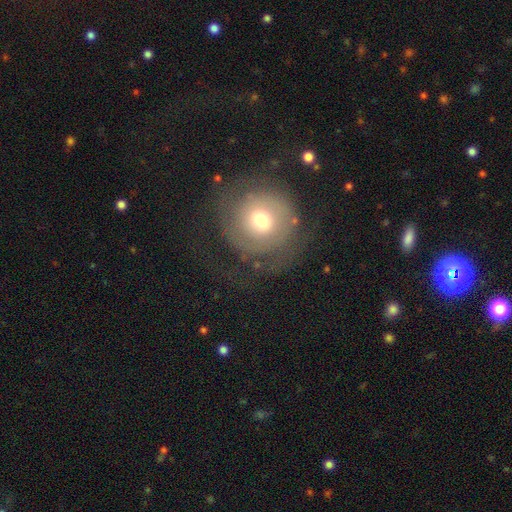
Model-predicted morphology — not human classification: Smooth or featured? Predicted: featured or disk (p=0.56). Edge-on disk? Predicted: no (p=0.96). Bar? Predicted: no (p=0.78). Spiral arms? Predicted: yes (p=0.75). Bulge size? Predicted: moderate (p=0.62). Merging? Predicted: none (p=0.74).